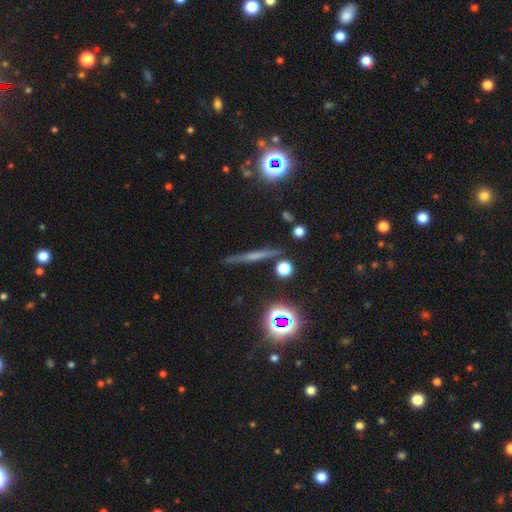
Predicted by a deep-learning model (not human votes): The model was most divided on "smooth or featured": featured or disk: 51%, smooth: 31%, star or artifact: 18%. More confident: edge-on disk — yes (95%); merging — none (88%).